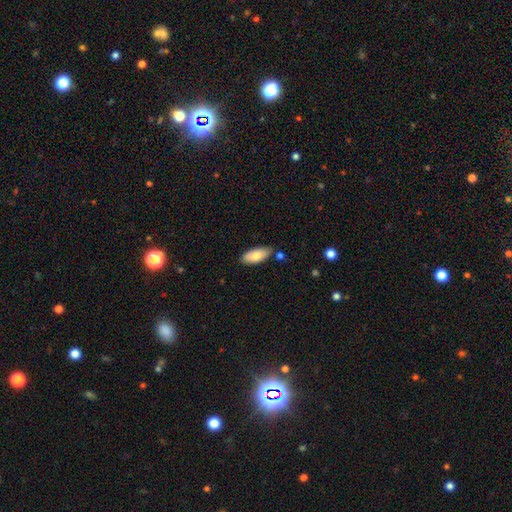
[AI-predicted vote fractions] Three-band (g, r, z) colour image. It shows a smooth galaxy with no disk features (78%) that is in between round and cigar-shaped (88%). Merging: none (79%).